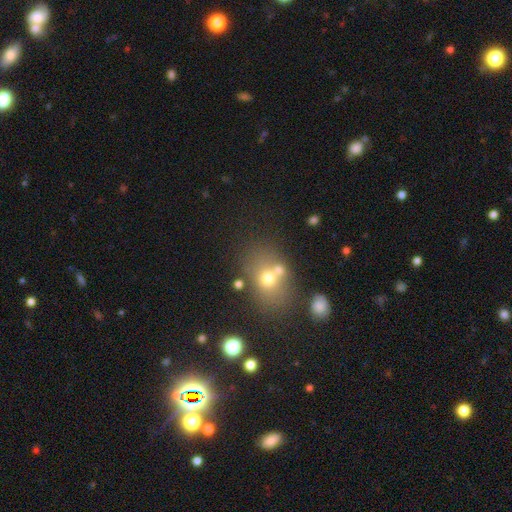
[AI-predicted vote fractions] Smooth or featured? smooth (57%)
How rounded? in between (51%)
Merging? none (56%)